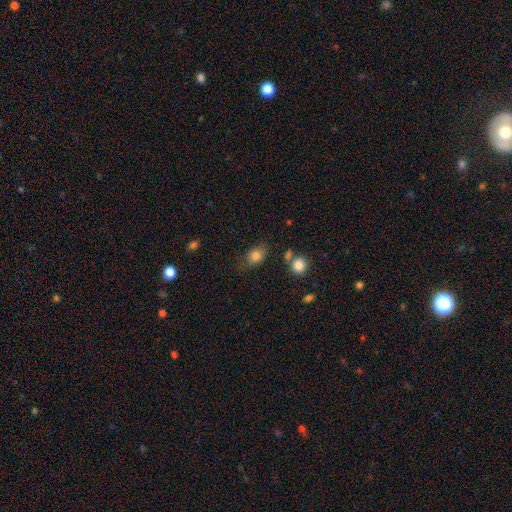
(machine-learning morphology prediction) The model was most divided on "how rounded": in between: 66%, round: 32%, cigar-shaped: 2%. More confident: smooth or featured — smooth (81%); merging — none (67%).